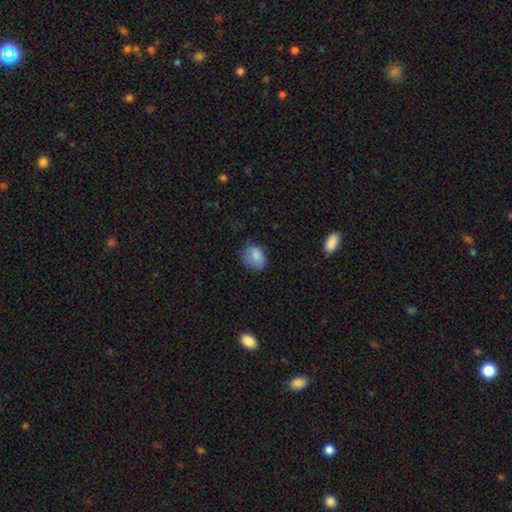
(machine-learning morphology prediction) smooth 83%, star or artifact 9%, featured or disk 8%. Down the decision tree: how rounded — in between (66%); merging — none (59%).